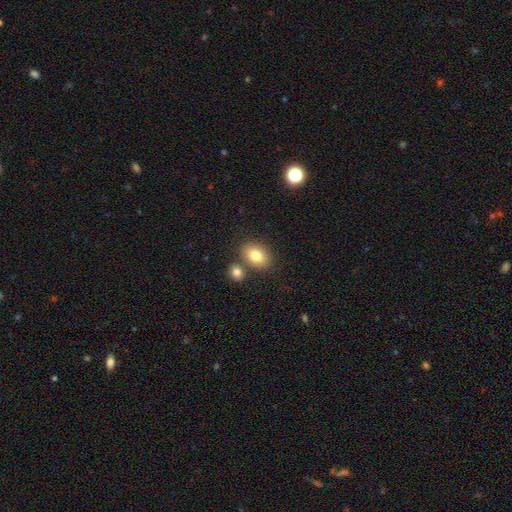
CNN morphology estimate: Overall: smooth (81%). How rounded: in between (74%). Merging: none (69%).